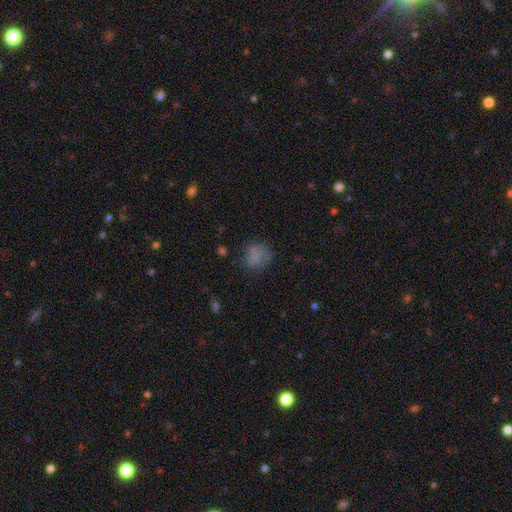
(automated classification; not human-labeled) The model was most divided on "merging": none: 58%, minor disturbance: 23%, major disturbance: 14%, merger: 4%. More confident: smooth or featured — smooth (74%); how rounded — round (70%).